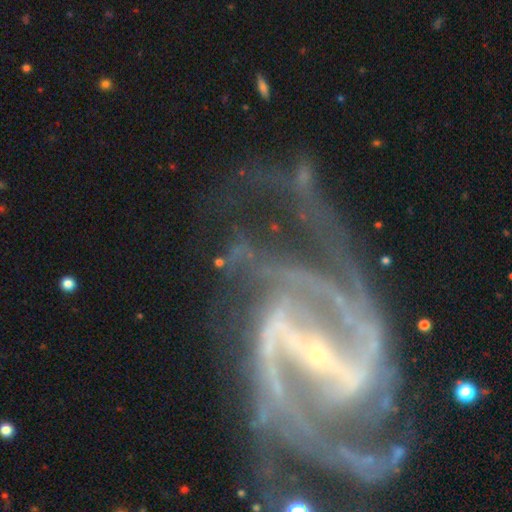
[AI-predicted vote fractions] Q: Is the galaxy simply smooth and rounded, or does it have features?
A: featured or disk — 93%.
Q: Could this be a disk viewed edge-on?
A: no — 97%.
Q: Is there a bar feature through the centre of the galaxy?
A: strong — 79%.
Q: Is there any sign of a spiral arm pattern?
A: yes — 98%.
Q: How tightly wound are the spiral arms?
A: medium — 55%.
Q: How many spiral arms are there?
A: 2 — 62%.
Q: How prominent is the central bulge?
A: small — 87%.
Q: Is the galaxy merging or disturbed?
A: none — 51%.